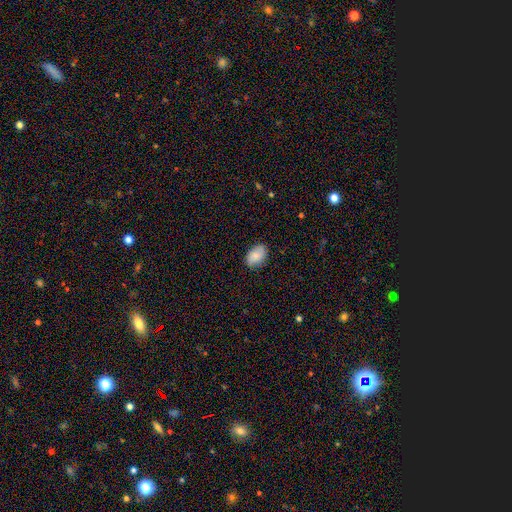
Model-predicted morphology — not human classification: A smooth galaxy with no disk features (81%) that is in between round and cigar-shaped (87%). Merging: none (82%).